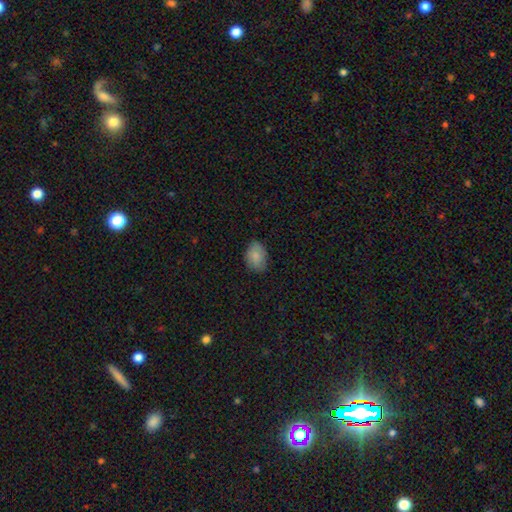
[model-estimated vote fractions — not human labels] smooth_or_featured: smooth (p=0.84) [alt: featured or disk p=0.09]
how_rounded: in between (p=0.80) [alt: round p=0.19]
merging: none (p=0.77) [alt: minor disturbance p=0.19]